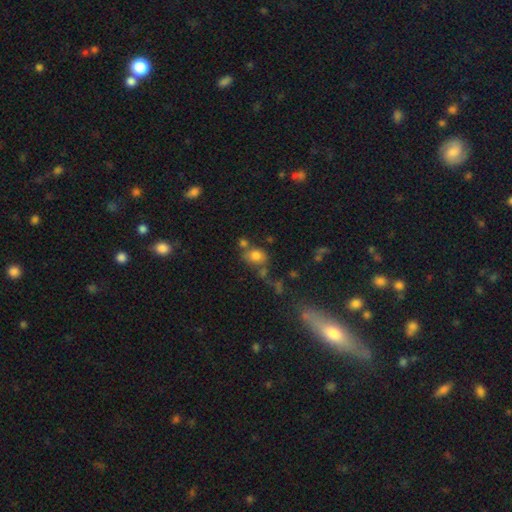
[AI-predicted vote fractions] This is likely a smooth galaxy (76%). How rounded: possibly in between (53%). Merging: possibly none (53%).